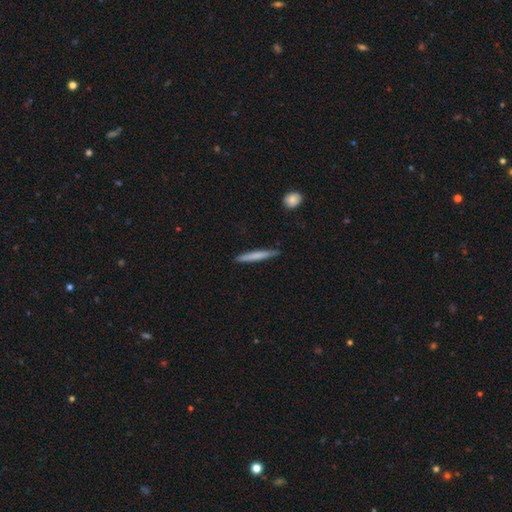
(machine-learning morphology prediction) Overall: smooth (66%; featured or disk 29%). How rounded: cigar-shaped (96%). Merging: none (86%).